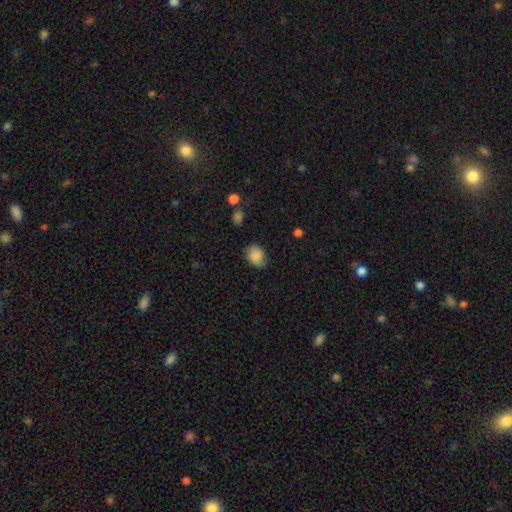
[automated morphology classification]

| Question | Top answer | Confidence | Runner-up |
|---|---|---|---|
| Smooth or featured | smooth | 82% | featured or disk (10%) |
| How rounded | in between | 62% | round (37%) |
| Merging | none | 73% | minor disturbance (21%) |